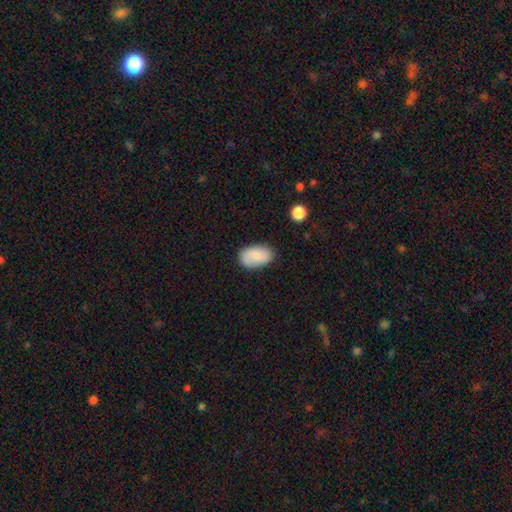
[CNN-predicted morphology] This is likely a smooth galaxy (77%). How rounded: clearly in between (92%). Merging: likely none (79%).